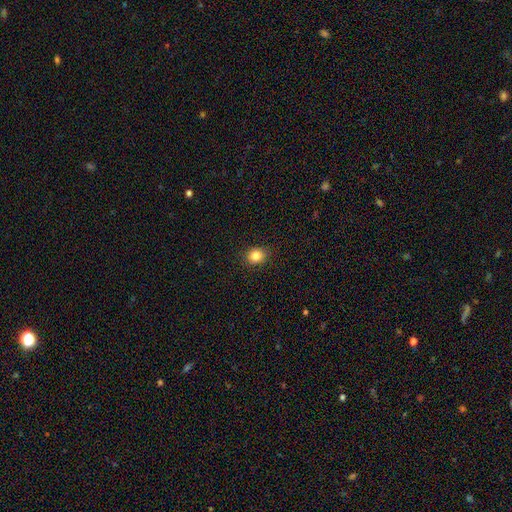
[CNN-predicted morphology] smooth-or-featured: smooth: 84% | star or artifact: 11% | featured or disk: 5%
  how-rounded: round: 75% | in between: 24% | cigar-shaped: 1%
  merging: none: 90% | minor disturbance: 7% | major disturbance: 2% | merger: 1%